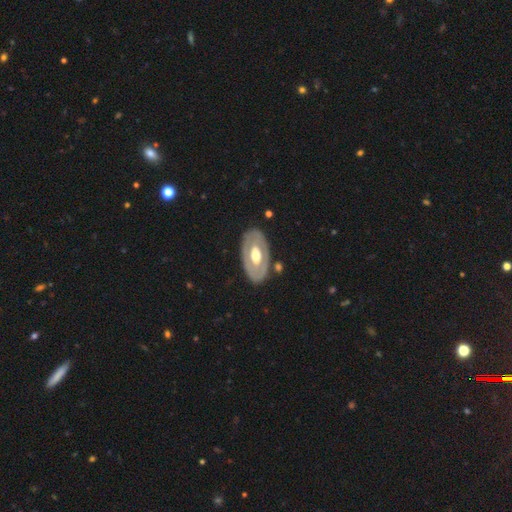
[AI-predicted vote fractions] A featured or disk galaxy (63%) with no bar (73%), no spiral arms (84%) and a moderate central bulge (66%). Merging: none (81%).